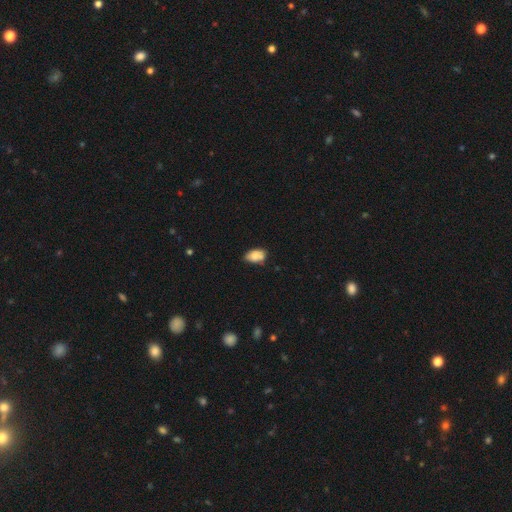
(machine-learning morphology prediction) Smooth or featured: smooth — 78% (featured or disk — 14%)
How rounded: in between — 91% (round — 7%)
Merging: none — 57% (minor disturbance — 28%)